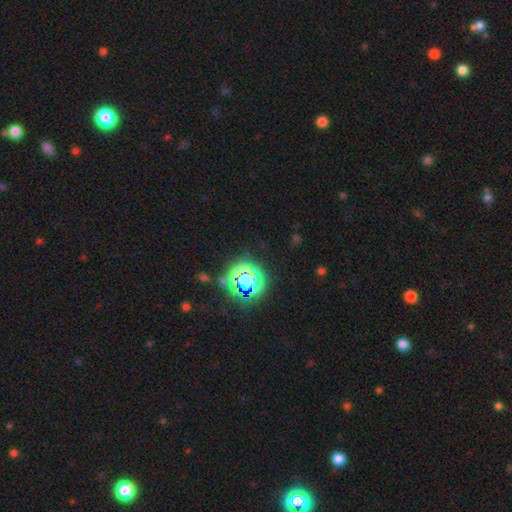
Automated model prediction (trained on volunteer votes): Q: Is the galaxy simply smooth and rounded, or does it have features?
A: star or artifact — 80%.